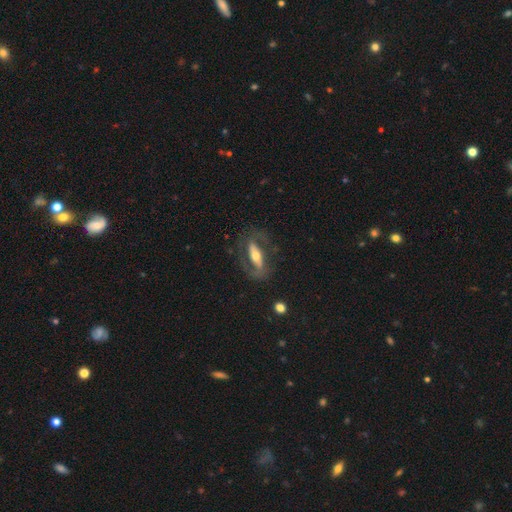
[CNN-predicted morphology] smooth-or-featured: featured or disk: 69% | smooth: 25% | star or artifact: 6%
  disk-edge-on: no: 74% | yes: 26%
    bar: strong: 53% | no: 27% | weak: 19%
    has-spiral-arms: yes: 64% | no: 36%
    bulge-size: moderate: 62% | small: 21% | large: 13% | dominant: 2% | none: 2%
  merging: none: 65% | major disturbance: 17% | minor disturbance: 16% | merger: 2%